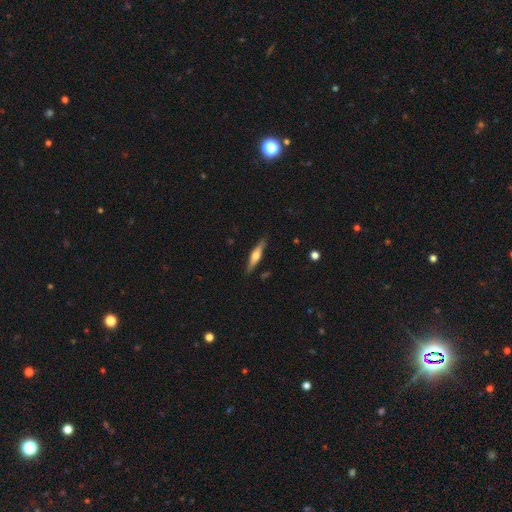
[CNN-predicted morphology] Q: Smooth or featured?
A: featured or disk (61%); runner-up: smooth (33%)
Q: Edge-on disk?
A: yes (95%); runner-up: no (5%)
Q: Edge-on bulge?
A: rounded (90%); runner-up: boxy (7%)
Q: Merging?
A: none (86%); runner-up: minor disturbance (11%)